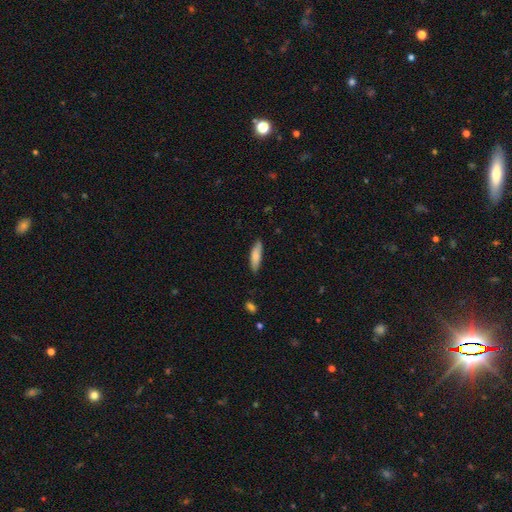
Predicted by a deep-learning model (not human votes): Smooth or featured? Predicted: smooth (p=0.81). How rounded? Predicted: cigar-shaped (p=0.63). Merging? Predicted: none (p=0.83).